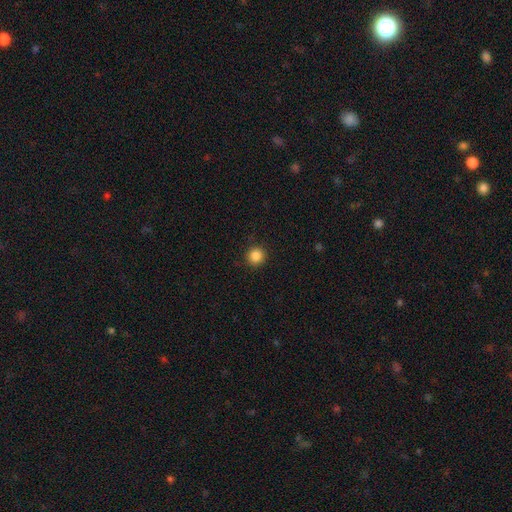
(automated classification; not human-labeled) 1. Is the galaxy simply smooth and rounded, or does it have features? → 86% smooth, 11% star or artifact, 3% featured or disk.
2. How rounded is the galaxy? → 95% round, 5% in between, 1% cigar-shaped.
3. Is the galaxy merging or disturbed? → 90% none, 7% minor disturbance, 2% major disturbance, 1% merger.